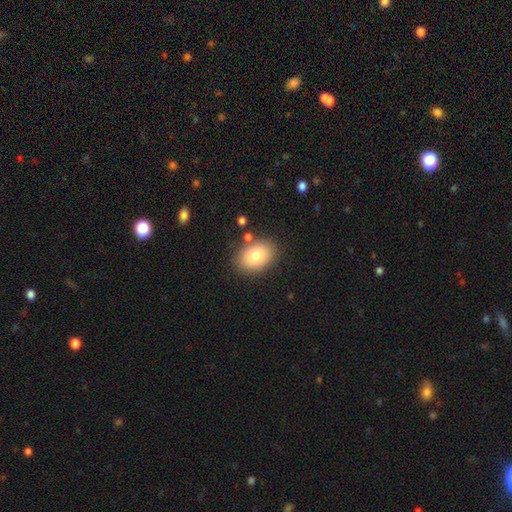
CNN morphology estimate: Smooth or featured: smooth — 80% (featured or disk — 12%)
How rounded: in between — 79% (round — 20%)
Merging: none — 82% (minor disturbance — 11%)